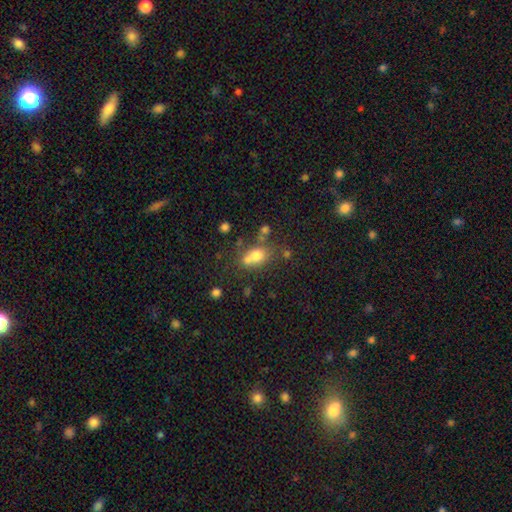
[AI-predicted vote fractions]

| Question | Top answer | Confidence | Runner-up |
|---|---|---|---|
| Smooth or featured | smooth | 70% | star or artifact (15%) |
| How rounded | round | 51% | in between (47%) |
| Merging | none | 43% | merger (38%) |